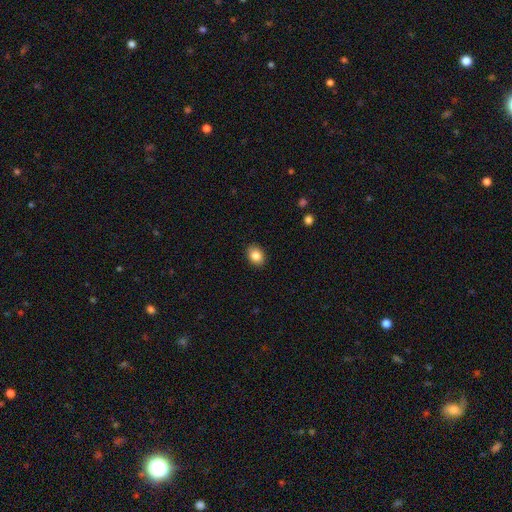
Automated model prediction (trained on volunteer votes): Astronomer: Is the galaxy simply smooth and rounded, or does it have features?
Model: smooth — 85%.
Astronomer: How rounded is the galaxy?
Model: in between — 64%.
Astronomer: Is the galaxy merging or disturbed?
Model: none — 90%.